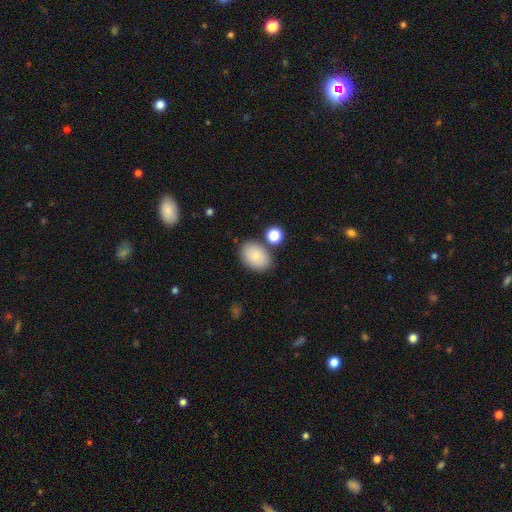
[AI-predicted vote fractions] A smooth galaxy with no disk features (83%) that is in between round and cigar-shaped (82%). Merging: none (76%).